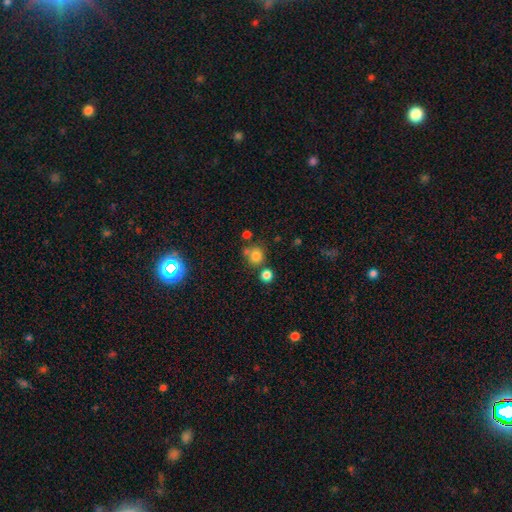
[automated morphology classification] This appears to be a smooth galaxy with no disk features (76%) that is round (86%). Merging: none (65%).